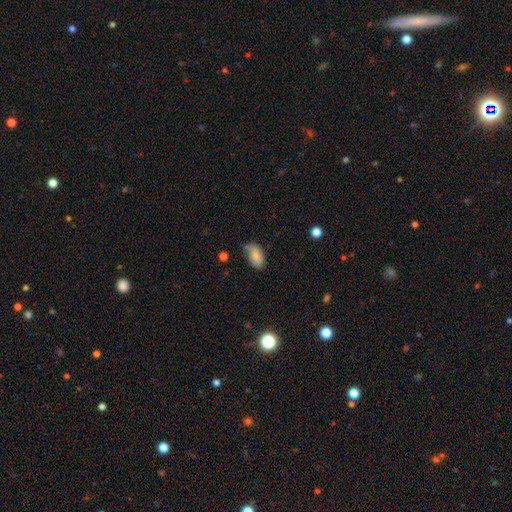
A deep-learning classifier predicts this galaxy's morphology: Smooth or featured? Predicted: smooth (p=0.76). How rounded? Predicted: in between (p=0.93). Merging? Predicted: none (p=0.47).